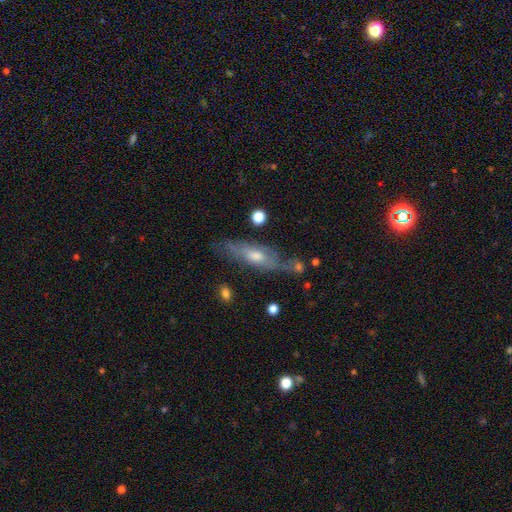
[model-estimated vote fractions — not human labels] Smooth or featured? Predicted: featured or disk (p=0.59). Edge-on disk? Predicted: yes (p=0.55). Merging? Predicted: none (p=0.68).